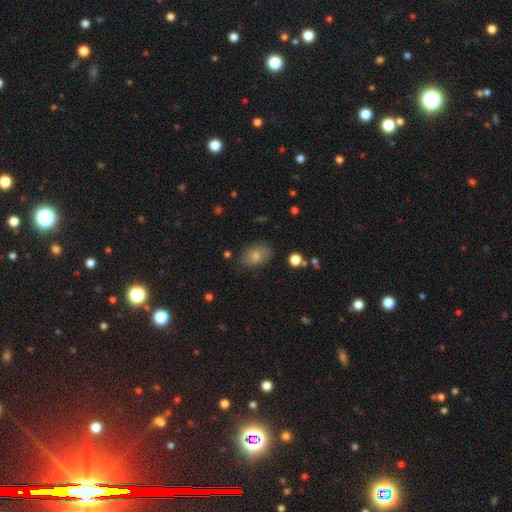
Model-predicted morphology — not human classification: smooth-or-featured: smooth: 78% | featured or disk: 13% | star or artifact: 9%
  how-rounded: in between: 78% | round: 20% | cigar-shaped: 1%
  merging: none: 76% | minor disturbance: 18% | major disturbance: 5% | merger: 2%